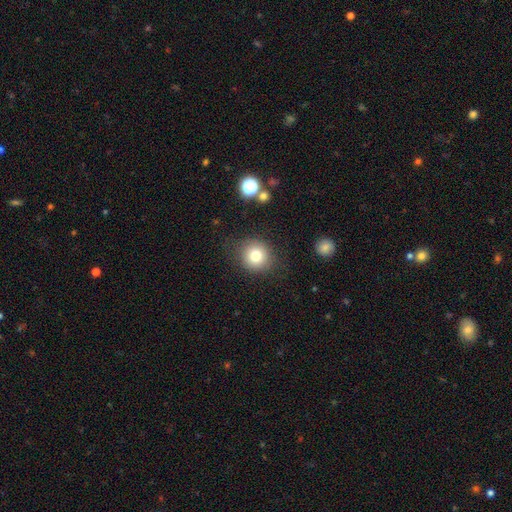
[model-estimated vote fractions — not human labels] A smooth galaxy with no disk features (77%) that is round (90%).

Vote fractions:
- Smooth or featured? smooth: 77% / star or artifact: 12% / featured or disk: 11%
- How rounded? round: 90% / in between: 9% / cigar-shaped: 1%
- Merging? none: 84% / minor disturbance: 10% / major disturbance: 4% / merger: 2%